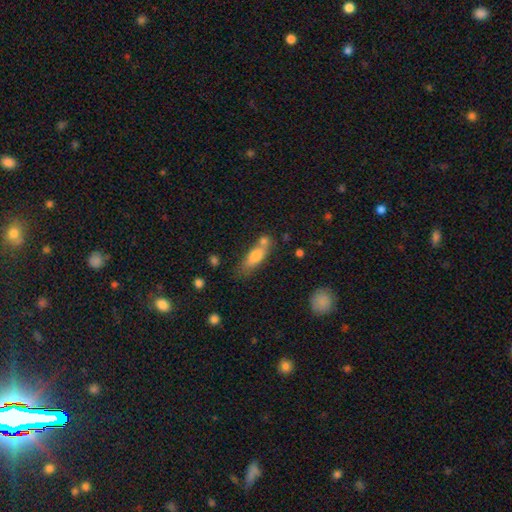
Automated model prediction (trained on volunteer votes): The model was most divided on "merging": none: 43%, merger: 32%, minor disturbance: 18%, major disturbance: 7%. More confident: smooth or featured — smooth (74%); how rounded — in between (59%).